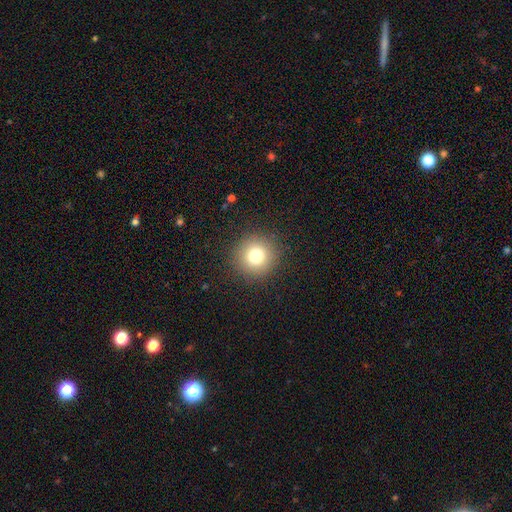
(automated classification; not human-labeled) Smooth or featured? Predicted: smooth (p=0.77). How rounded? Predicted: round (p=0.94). Merging? Predicted: none (p=0.90).